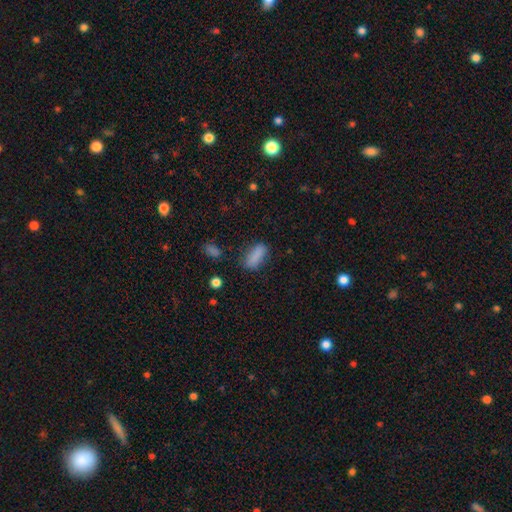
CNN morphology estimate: This is clearly a smooth galaxy (84%). How rounded: likely in between (79%). Merging: likely none (69%).